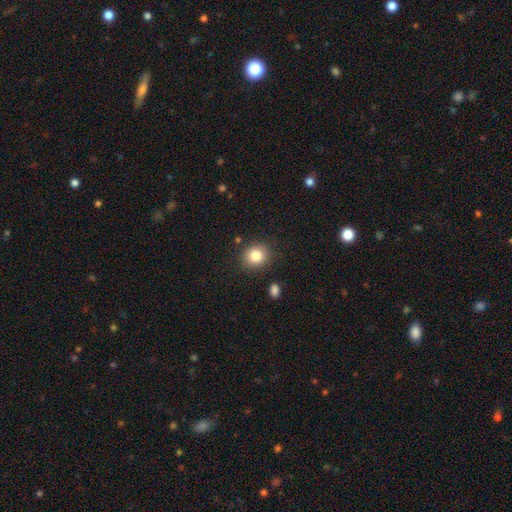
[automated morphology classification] Smooth or featured?
  - smooth: 83% *
  - star or artifact: 10%
  - featured or disk: 7%
How rounded?
  - round: 78% *
  - in between: 21%
  - cigar-shaped: 1%
Merging?
  - none: 86% *
  - minor disturbance: 9%
  - major disturbance: 3%
  - merger: 3%